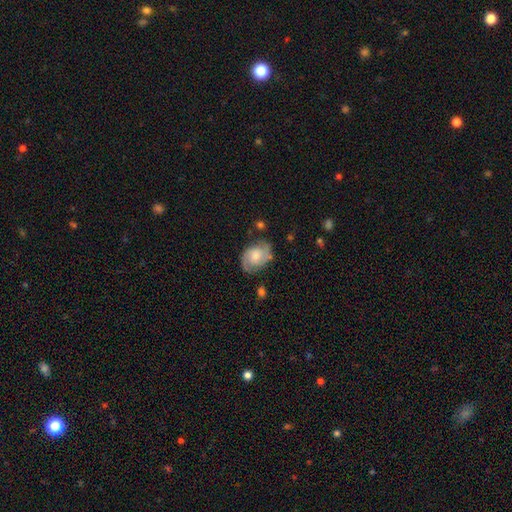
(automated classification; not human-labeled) featured or disk 64%, smooth 29%, star or artifact 7%. Down the decision tree: edge-on disk — no (97%); bar — no (69%); spiral arms — yes (88%); spiral arm count — 2 (80%); spiral winding — medium (44%); bulge size — moderate (47%); merging — none (70%).